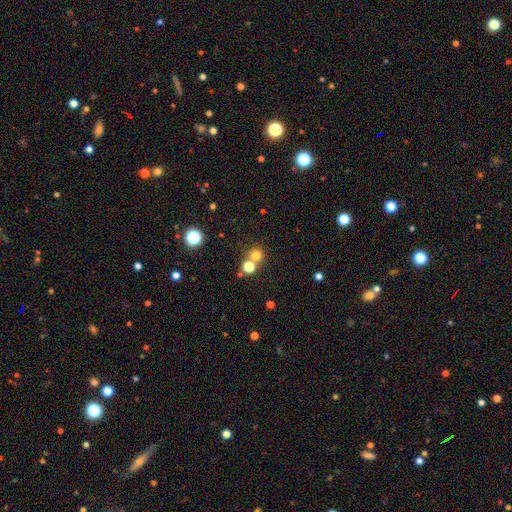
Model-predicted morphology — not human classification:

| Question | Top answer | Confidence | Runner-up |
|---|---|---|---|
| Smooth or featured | smooth | 74% | star or artifact (18%) |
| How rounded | round | 89% | in between (10%) |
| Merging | none | 58% | merger (33%) |